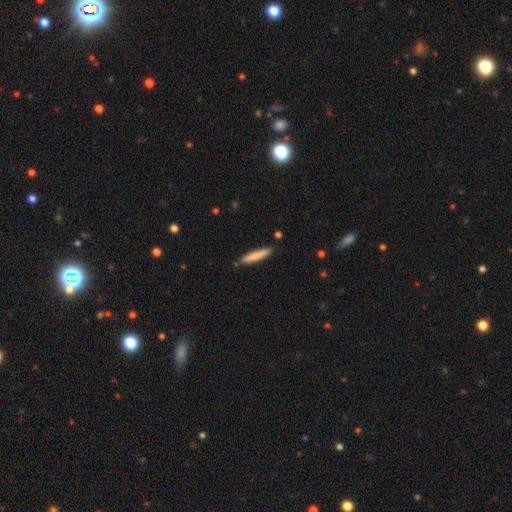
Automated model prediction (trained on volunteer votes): This is clearly a smooth galaxy (81%). How rounded: clearly cigar-shaped (92%). Merging: clearly none (86%).